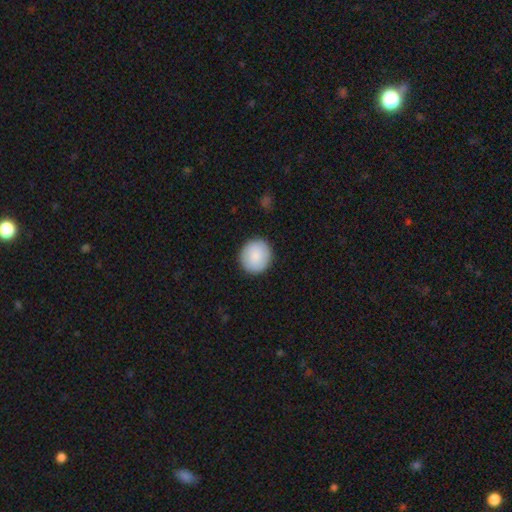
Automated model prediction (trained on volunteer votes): Smooth or featured?
  - smooth: 87% *
  - featured or disk: 7%
  - star or artifact: 6%
How rounded?
  - round: 91% *
  - in between: 8%
  - cigar-shaped: 1%
Merging?
  - none: 91% *
  - minor disturbance: 6%
  - major disturbance: 2%
  - merger: 1%